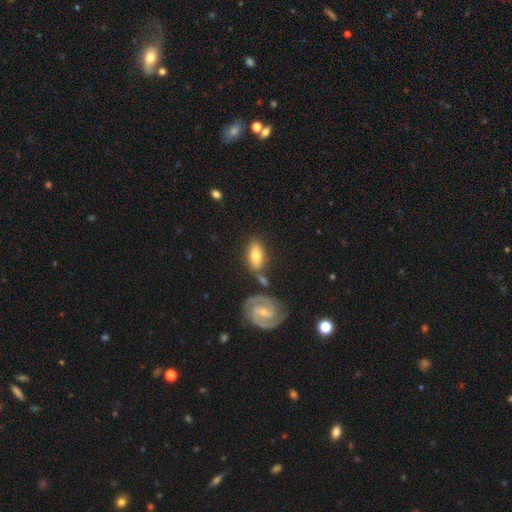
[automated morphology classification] The model was most divided on "smooth or featured": smooth: 61%, featured or disk: 32%, star or artifact: 7%. More confident: how rounded — in between (84%); merging — none (68%).